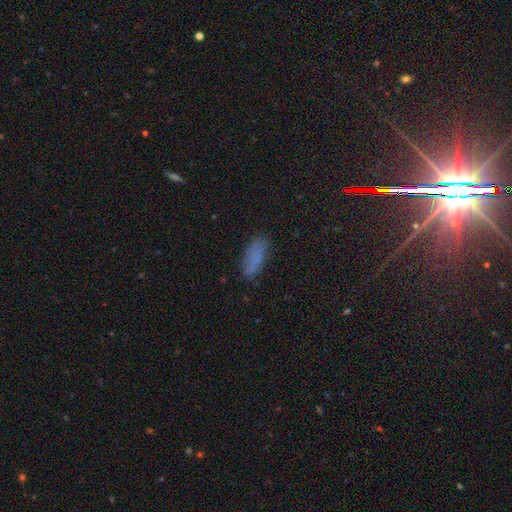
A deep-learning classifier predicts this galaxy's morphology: smooth-or-featured: smooth: 77% | star or artifact: 12% | featured or disk: 11%
  how-rounded: in between: 63% | cigar-shaped: 34% | round: 3%
  merging: none: 75% | minor disturbance: 18% | major disturbance: 5% | merger: 2%